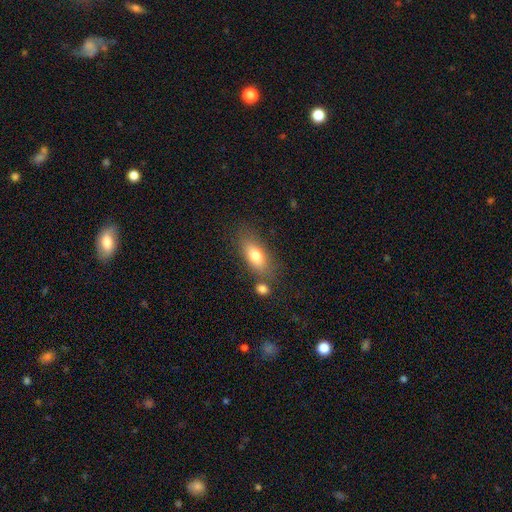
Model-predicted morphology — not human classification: smooth-or-featured: smooth: 75% | featured or disk: 17% | star or artifact: 8%
  how-rounded: in between: 78% | cigar-shaped: 17% | round: 5%
  merging: none: 69% | minor disturbance: 16% | merger: 10% | major disturbance: 5%